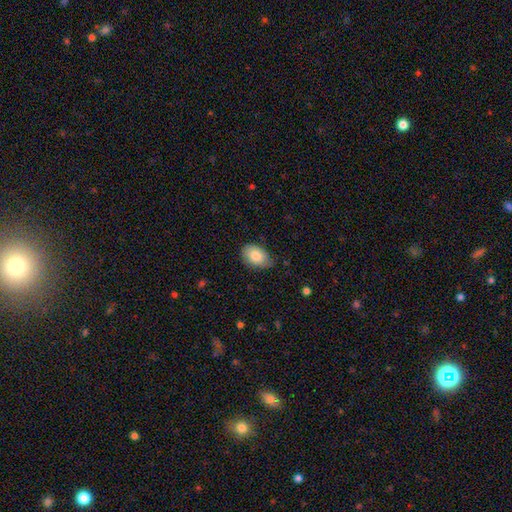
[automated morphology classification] smooth 83%, featured or disk 10%, star or artifact 6%. Down the decision tree: how rounded — in between (87%); merging — none (70%).